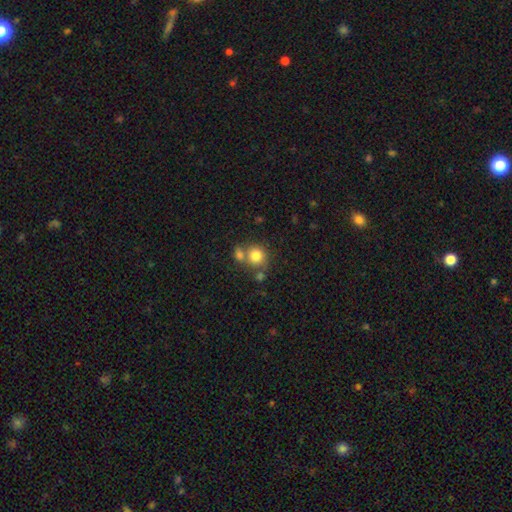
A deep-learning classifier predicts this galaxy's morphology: This is clearly a smooth galaxy (80%). How rounded: clearly round (85%). Merging: possibly none (51%).